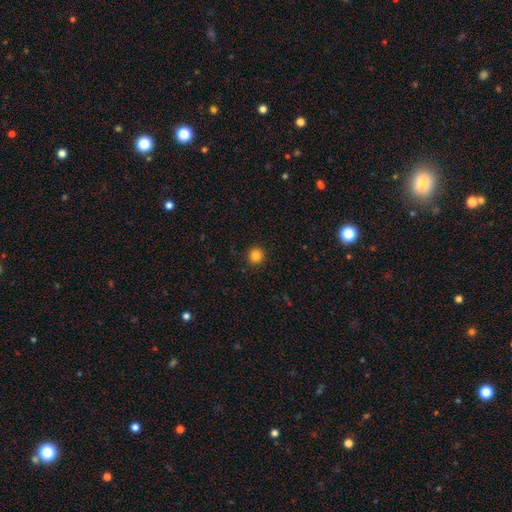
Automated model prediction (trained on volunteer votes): Smooth or featured?
  - smooth: 84% *
  - star or artifact: 12%
  - featured or disk: 4%
How rounded?
  - round: 93% *
  - in between: 6%
  - cigar-shaped: 1%
Merging?
  - none: 92% *
  - minor disturbance: 5%
  - major disturbance: 2%
  - merger: 1%